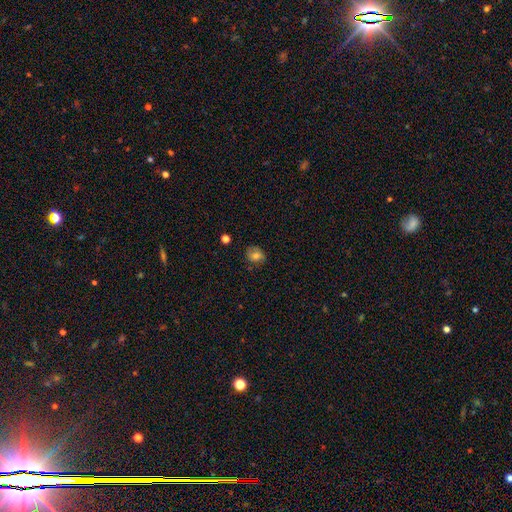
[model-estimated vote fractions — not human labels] smooth_or_featured: smooth (p=0.73) [alt: featured or disk p=0.16]
how_rounded: round (p=0.61) [alt: in between p=0.38]
merging: none (p=0.71) [alt: minor disturbance p=0.22]